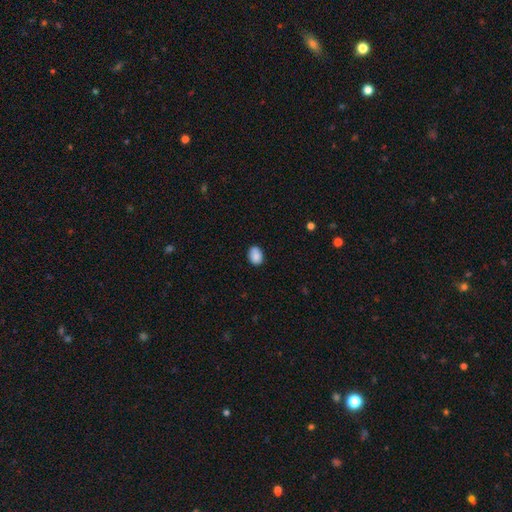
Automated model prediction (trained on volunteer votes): smooth_or_featured: smooth (p=0.86) [alt: star or artifact p=0.08]
how_rounded: in between (p=0.69) [alt: round p=0.30]
merging: none (p=0.77) [alt: minor disturbance p=0.18]